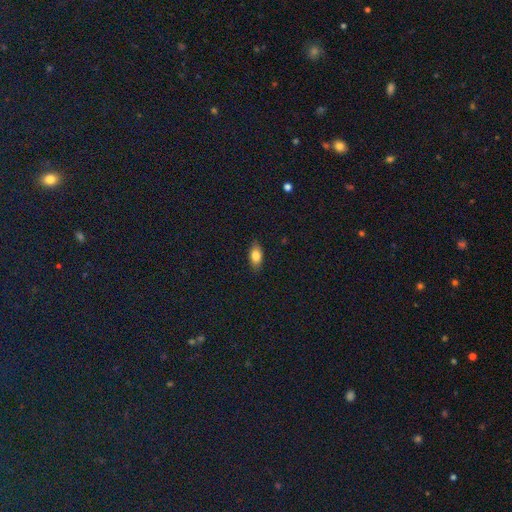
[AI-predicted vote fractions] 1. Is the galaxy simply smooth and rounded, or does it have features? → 79% smooth, 12% featured or disk, 8% star or artifact.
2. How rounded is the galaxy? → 87% in between, 7% cigar-shaped, 6% round.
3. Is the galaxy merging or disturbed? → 86% none, 11% minor disturbance, 2% major disturbance, 1% merger.